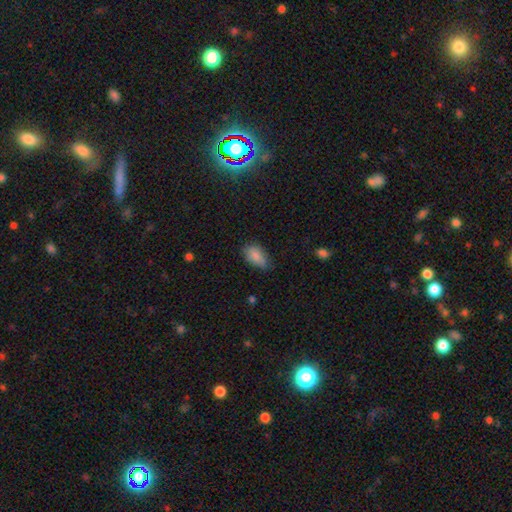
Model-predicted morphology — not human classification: Smooth or featured? Predicted: smooth (p=0.86). How rounded? Predicted: in between (p=0.91). Merging? Predicted: none (p=0.66).